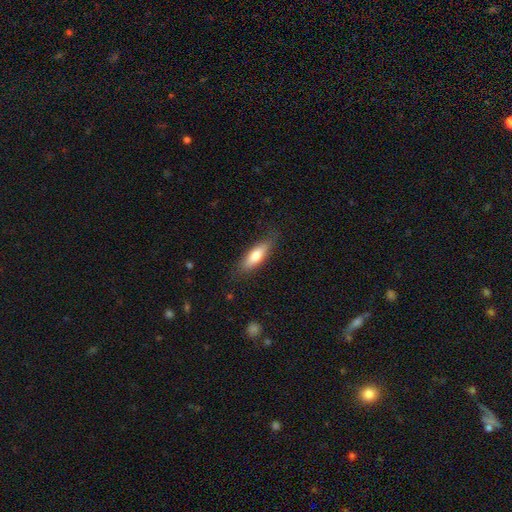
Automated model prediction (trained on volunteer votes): smooth-or-featured: smooth: 73% | featured or disk: 21% | star or artifact: 6%
  how-rounded: in between: 51% | cigar-shaped: 47% | round: 2%
  merging: none: 80% | minor disturbance: 15% | major disturbance: 4% | merger: 1%